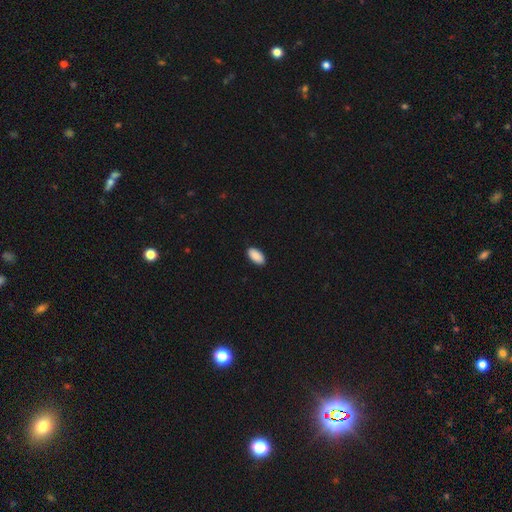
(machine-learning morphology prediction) A smooth galaxy with no disk features (90%) that is in between round and cigar-shaped (95%). Merging: none (90%).